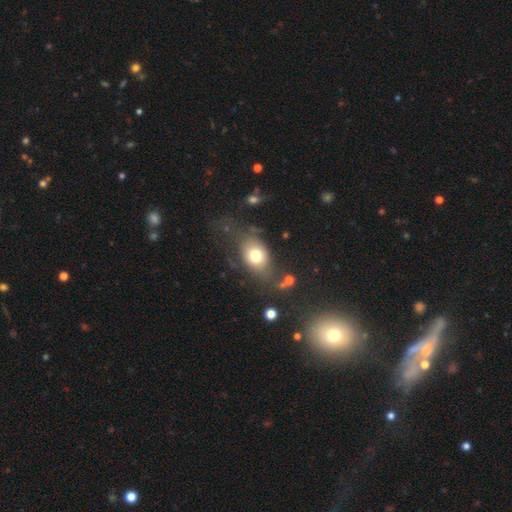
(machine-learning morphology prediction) The model was most divided on "merging": none: 52%, minor disturbance: 23%, major disturbance: 19%, merger: 6%. More confident: smooth or featured — smooth (72%); how rounded — in between (67%).